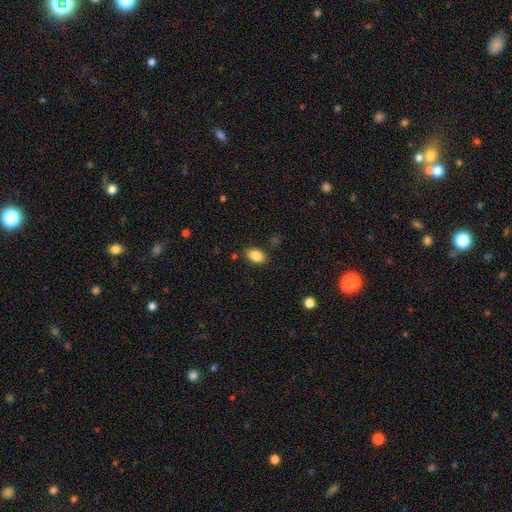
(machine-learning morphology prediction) A smooth galaxy with no disk features (87%) that is in between round and cigar-shaped (89%). Merging: none (82%).